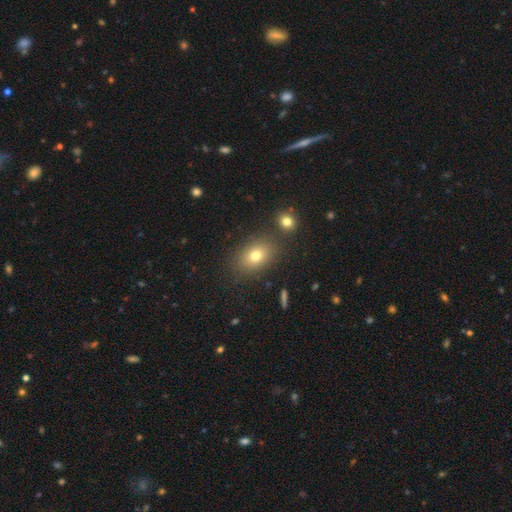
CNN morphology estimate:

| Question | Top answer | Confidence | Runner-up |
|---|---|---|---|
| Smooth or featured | smooth | 75% | star or artifact (13%) |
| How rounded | in between | 74% | round (25%) |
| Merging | none | 81% | minor disturbance (10%) |